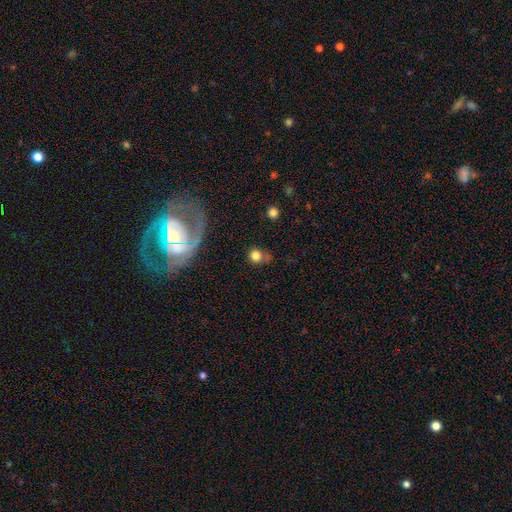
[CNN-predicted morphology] Smooth or featured? Predicted: smooth (p=0.78). How rounded? Predicted: round (p=0.86). Merging? Predicted: none (p=0.63).